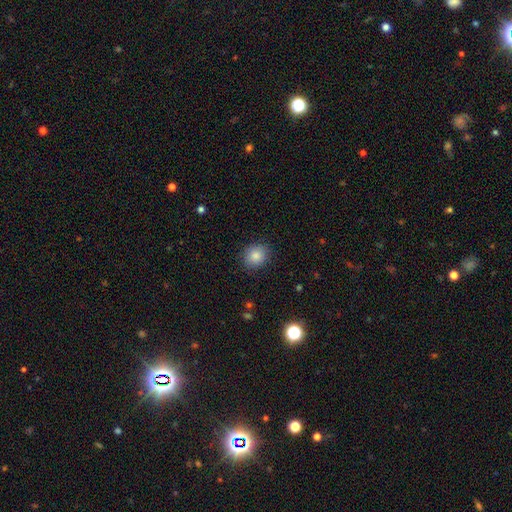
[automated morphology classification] smooth_or_featured: smooth (p=0.84) [alt: star or artifact p=0.09]
how_rounded: round (p=0.67) [alt: in between p=0.32]
merging: none (p=0.86) [alt: minor disturbance p=0.11]